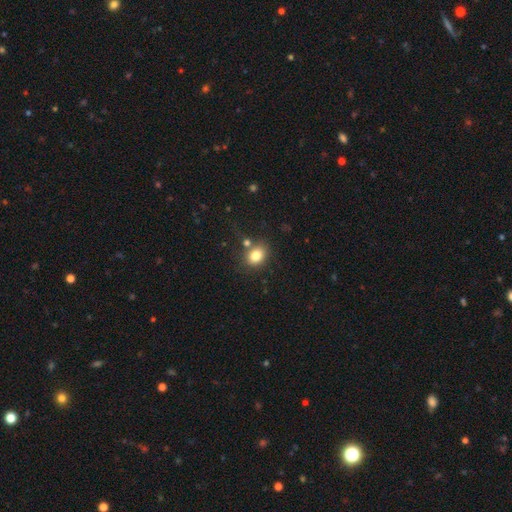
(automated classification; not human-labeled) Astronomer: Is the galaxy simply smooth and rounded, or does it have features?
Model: smooth — 81%.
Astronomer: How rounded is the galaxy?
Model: in between — 58% (runner-up: round, 41%).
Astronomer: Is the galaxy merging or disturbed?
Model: none — 71%.